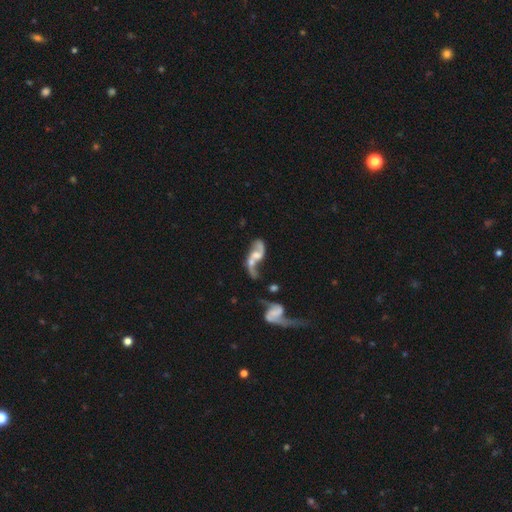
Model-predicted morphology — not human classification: A featured or disk galaxy (81%) with no bar (52%), 2 (85%) loose (82%) spiral arms (87%) and a moderate central bulge (35%).

Vote fractions:
- Smooth or featured? featured or disk: 81% / smooth: 12% / star or artifact: 7%
- Edge-on disk? no: 95% / yes: 5%
- Bar? no: 52% / weak: 37% / strong: 11%
- Spiral arms? yes: 87% / no: 13%
- Spiral winding? loose: 82% / medium: 14% / tight: 4%
- Spiral arm count? 2: 85% / 1: 8% / can't tell: 4% / 3: 1% / 4: 1% / more than 4: 1%
- Bulge size? moderate: 35% / small: 33% / none: 24% / large: 7% / dominant: 2%
- Merging? merger: 42% / none: 25% / major disturbance: 20% / minor disturbance: 13%